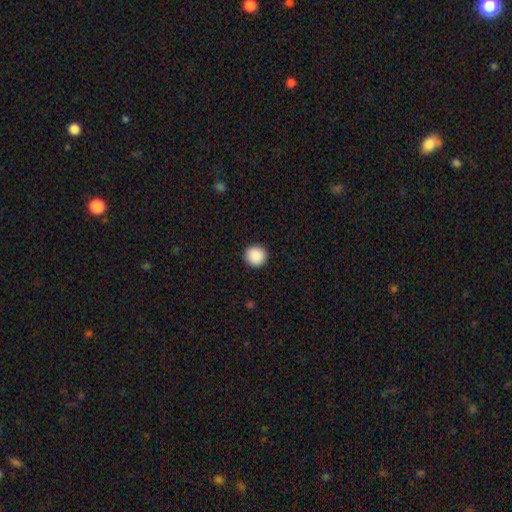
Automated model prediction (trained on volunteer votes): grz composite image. It shows a smooth galaxy with no disk features (90%) that is round (94%). Merging: none (93%).